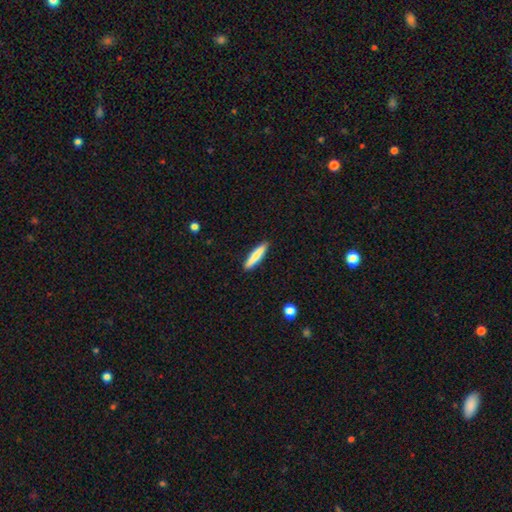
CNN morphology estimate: smooth_or_featured: smooth (p=0.75) [alt: featured or disk p=0.20]
how_rounded: cigar-shaped (p=0.87) [alt: in between p=0.11]
merging: none (p=0.90) [alt: minor disturbance p=0.07]